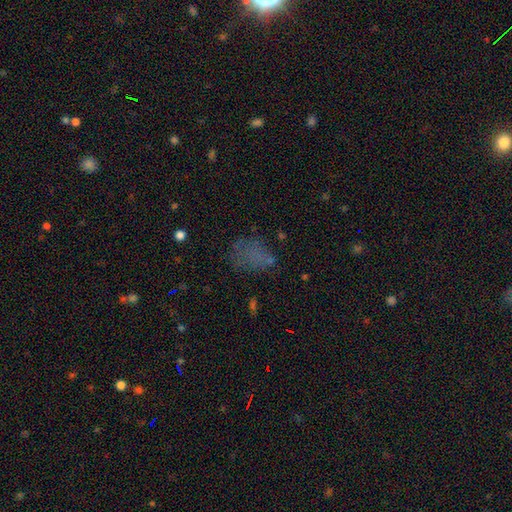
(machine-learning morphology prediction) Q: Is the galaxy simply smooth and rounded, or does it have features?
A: smooth — 57%.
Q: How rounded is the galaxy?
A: in between — 67%.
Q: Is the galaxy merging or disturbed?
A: none — 55%.